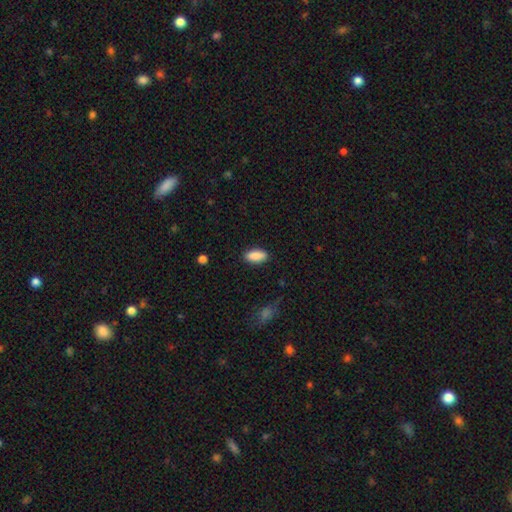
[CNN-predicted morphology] This is clearly a smooth galaxy (89%). How rounded: clearly in between (88%). Merging: clearly none (87%).